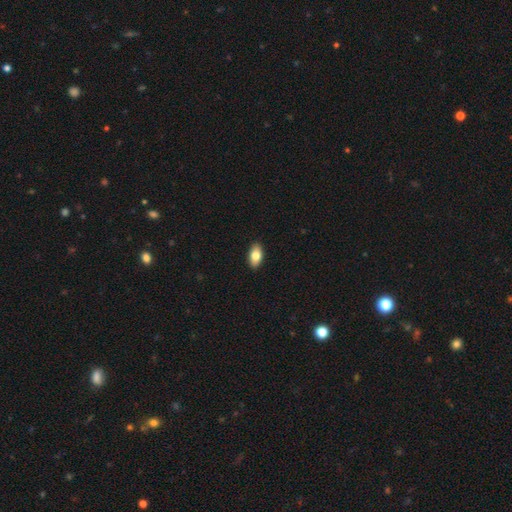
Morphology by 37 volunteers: type=smooth (86%); roundness=in between (88%); merging=none (95%).